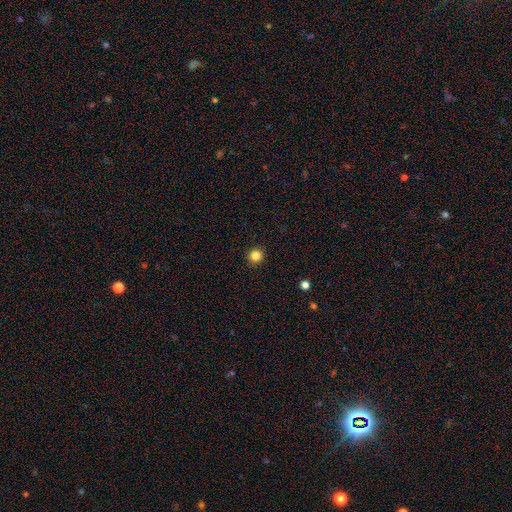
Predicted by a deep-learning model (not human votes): This appears to be a smooth galaxy with no disk features (84%) that is round (93%). Merging: none (92%).